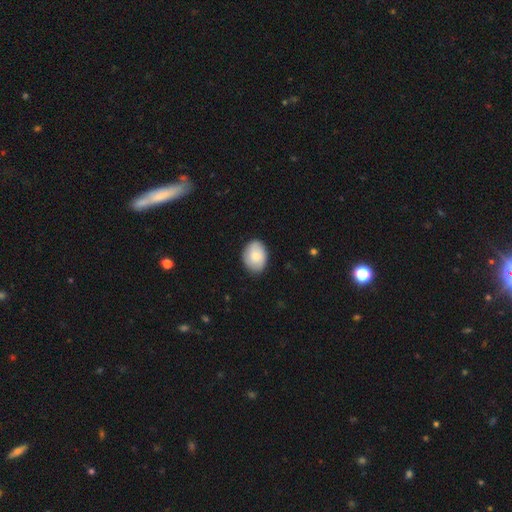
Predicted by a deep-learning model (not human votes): This is likely a smooth galaxy (79%). How rounded: likely in between (67%). Merging: clearly none (84%).